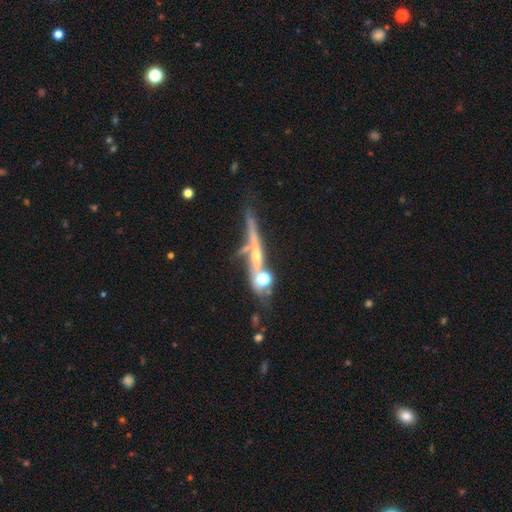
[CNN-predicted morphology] This is likely a featured or disk galaxy (67%). It is clearly viewed edge-on (88%). Edge-on bulge: possibly rounded (53%). Merging: possibly none (51%).